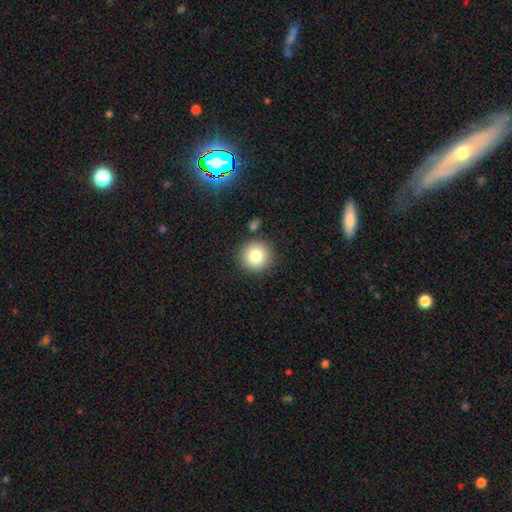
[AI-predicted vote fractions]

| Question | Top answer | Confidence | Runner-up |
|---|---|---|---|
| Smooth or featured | smooth | 80% | star or artifact (11%) |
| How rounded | round | 94% | in between (5%) |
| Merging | none | 86% | minor disturbance (8%) |